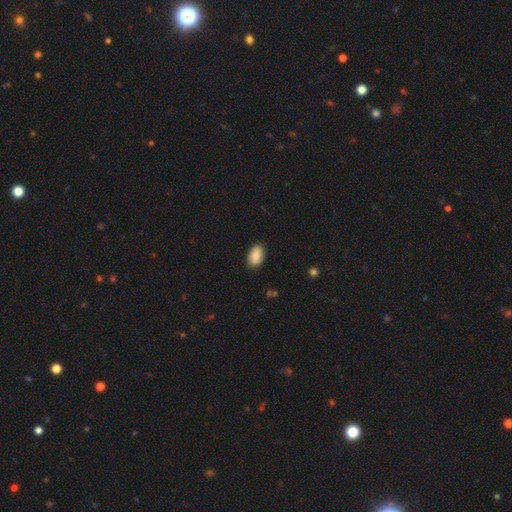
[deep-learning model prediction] Smooth or featured: smooth — 86% (featured or disk — 8%)
How rounded: in between — 93% (round — 5%)
Merging: none — 83% (minor disturbance — 13%)